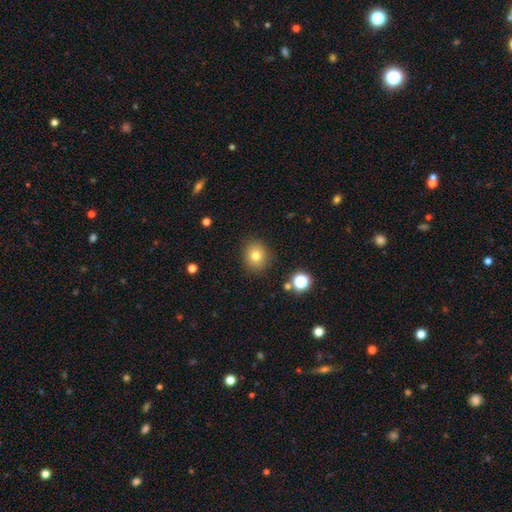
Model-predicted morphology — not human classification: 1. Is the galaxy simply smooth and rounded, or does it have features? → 78% smooth, 13% star or artifact, 9% featured or disk.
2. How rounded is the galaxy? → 82% round, 17% in between, 1% cigar-shaped.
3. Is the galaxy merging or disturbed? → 87% none, 8% minor disturbance, 3% major disturbance, 2% merger.